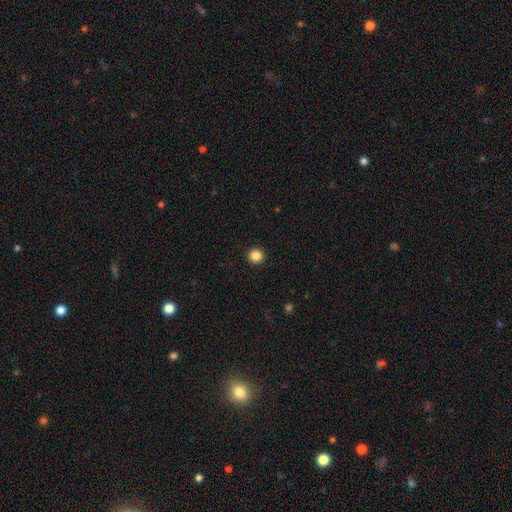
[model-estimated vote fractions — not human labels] Overall: smooth (86%). How rounded: round (95%). Merging: none (94%).